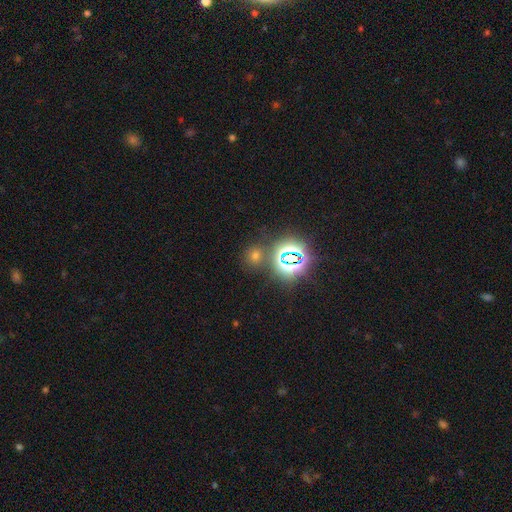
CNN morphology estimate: smooth_or_featured: star or artifact (p=0.46) [tied with: smooth p=0.46]